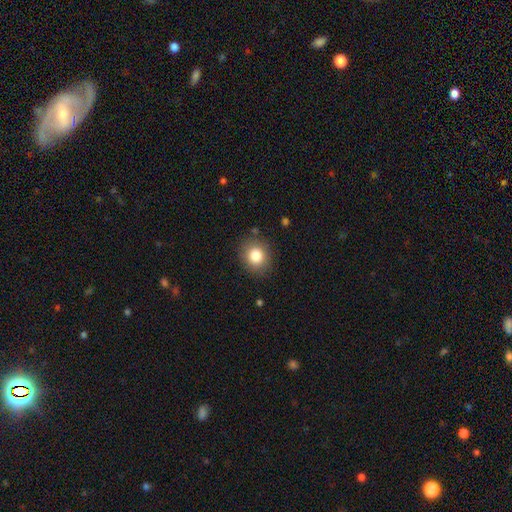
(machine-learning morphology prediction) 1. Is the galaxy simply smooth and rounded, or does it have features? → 82% smooth, 10% star or artifact, 7% featured or disk.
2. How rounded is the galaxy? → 76% round, 23% in between, 1% cigar-shaped.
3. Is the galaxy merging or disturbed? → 87% none, 9% minor disturbance, 3% major disturbance, 2% merger.